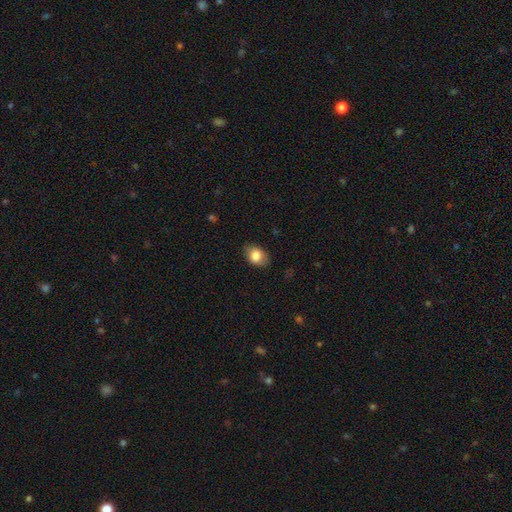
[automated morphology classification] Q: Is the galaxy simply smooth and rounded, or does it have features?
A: smooth — 83%.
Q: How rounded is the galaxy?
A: in between — 71%.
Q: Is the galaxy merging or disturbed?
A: none — 80%.